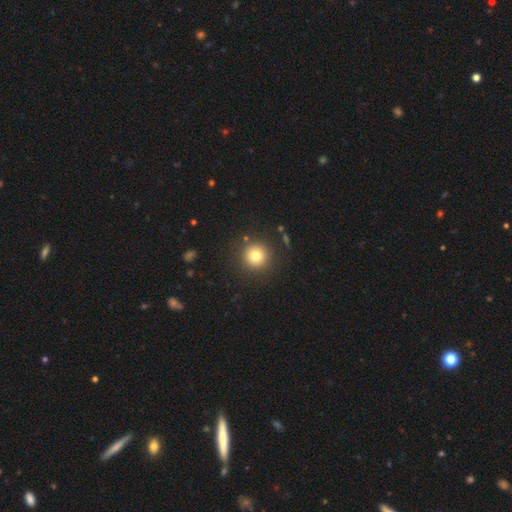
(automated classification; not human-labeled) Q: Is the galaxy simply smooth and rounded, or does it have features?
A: smooth — 79%.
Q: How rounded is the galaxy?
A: round — 95%.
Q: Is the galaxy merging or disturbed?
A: none — 88%.